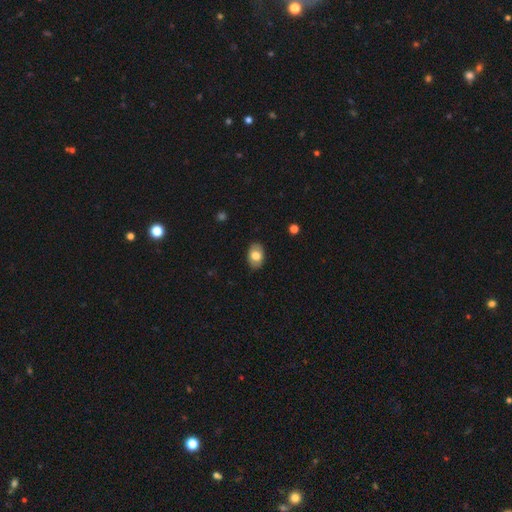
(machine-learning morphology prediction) Smooth or featured? smooth (75%)
How rounded? in between (87%)
Merging? none (87%)